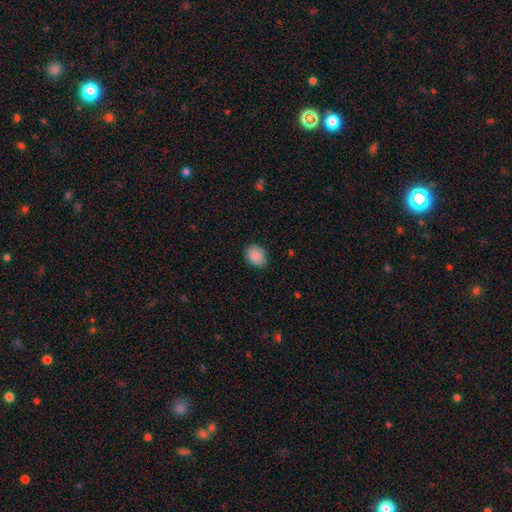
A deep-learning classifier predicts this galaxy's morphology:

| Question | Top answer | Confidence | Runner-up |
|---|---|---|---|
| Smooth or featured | smooth | 88% | star or artifact (8%) |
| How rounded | in between | 52% | round (47%) |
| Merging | none | 80% | minor disturbance (16%) |